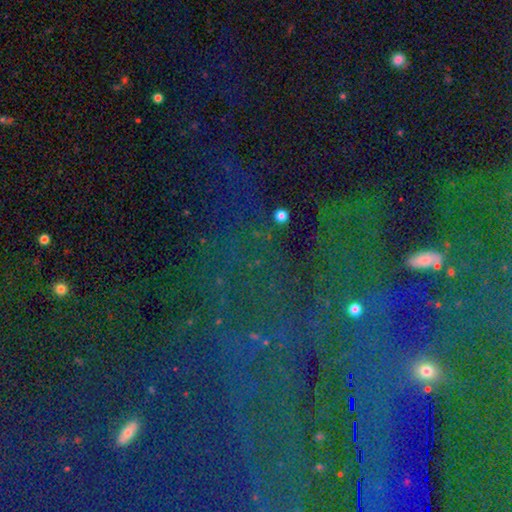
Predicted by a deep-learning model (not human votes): Smooth or featured? star or artifact (83%)